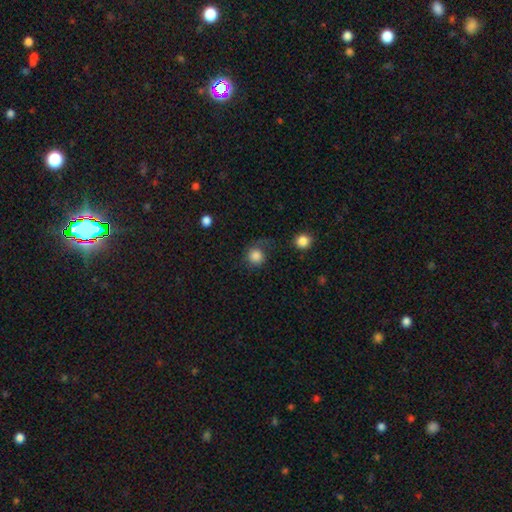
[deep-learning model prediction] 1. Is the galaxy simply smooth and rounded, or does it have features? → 84% smooth, 9% star or artifact, 7% featured or disk.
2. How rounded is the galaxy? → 90% round, 9% in between, 1% cigar-shaped.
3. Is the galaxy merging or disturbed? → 59% none, 20% minor disturbance, 17% major disturbance, 4% merger.